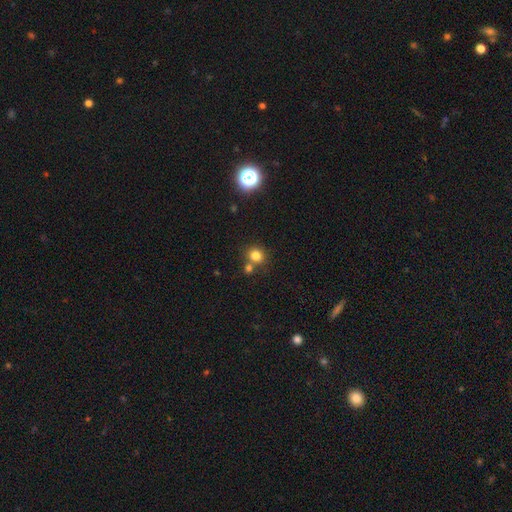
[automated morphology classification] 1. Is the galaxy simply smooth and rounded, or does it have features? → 78% smooth, 15% star or artifact, 7% featured or disk.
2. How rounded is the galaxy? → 82% round, 17% in between, 1% cigar-shaped.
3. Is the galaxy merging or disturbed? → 61% none, 27% merger, 9% minor disturbance, 3% major disturbance.